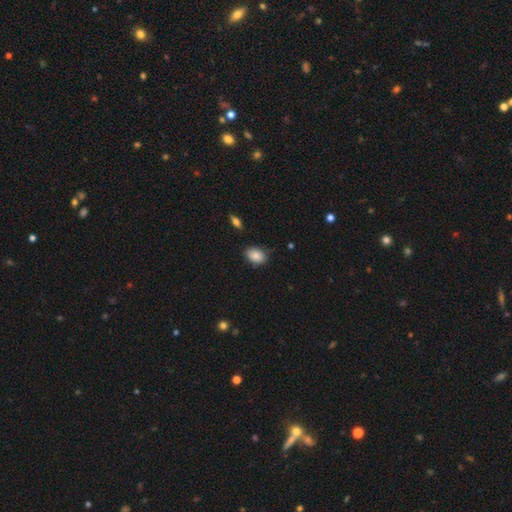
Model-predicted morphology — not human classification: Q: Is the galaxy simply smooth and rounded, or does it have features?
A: smooth — 87%.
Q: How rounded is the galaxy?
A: in between — 83%.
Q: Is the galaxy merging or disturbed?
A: none — 81%.